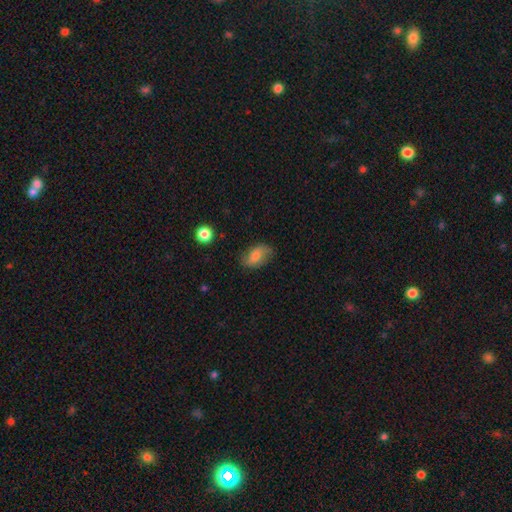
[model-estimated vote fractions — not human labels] Smooth or featured?
  - smooth: 68% *
  - featured or disk: 24%
  - star or artifact: 8%
How rounded?
  - in between: 89% *
  - round: 9%
  - cigar-shaped: 2%
Merging?
  - none: 72% *
  - minor disturbance: 22%
  - major disturbance: 5%
  - merger: 1%